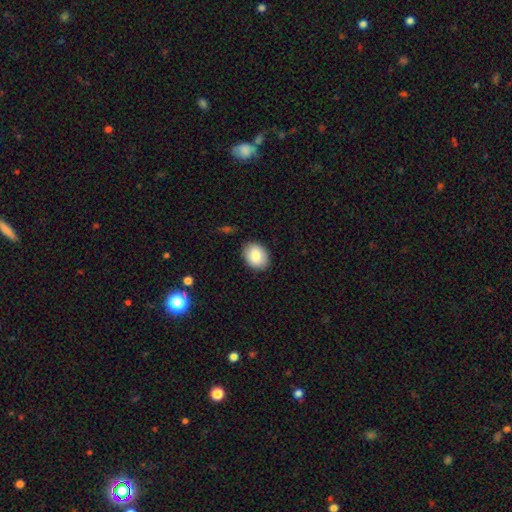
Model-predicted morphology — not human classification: Smooth or featured? Predicted: smooth (p=0.85). How rounded? Predicted: in between (p=0.61). Merging? Predicted: none (p=0.86).